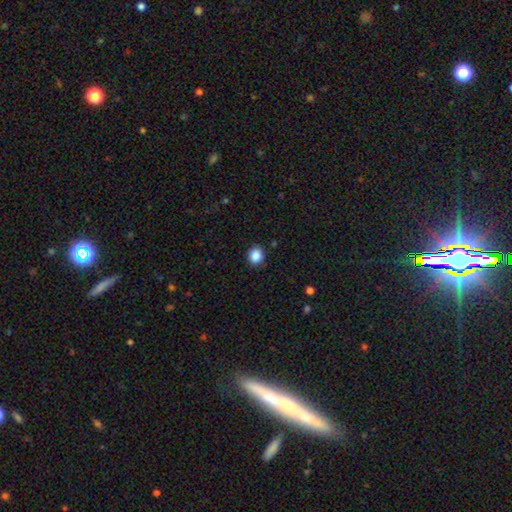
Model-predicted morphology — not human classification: Smooth or featured: smooth — 88% (star or artifact — 9%)
How rounded: round — 78% (in between — 21%)
Merging: none — 90% (minor disturbance — 7%)